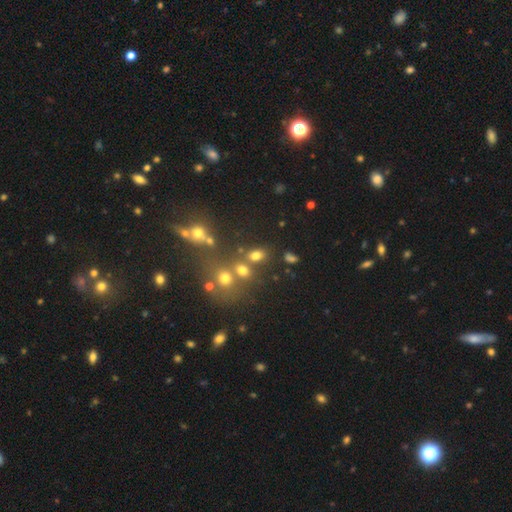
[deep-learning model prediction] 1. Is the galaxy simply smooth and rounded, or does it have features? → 71% smooth, 19% star or artifact, 10% featured or disk.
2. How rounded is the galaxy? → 71% in between, 27% round, 2% cigar-shaped.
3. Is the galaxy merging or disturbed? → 62% none, 20% merger, 12% minor disturbance, 6% major disturbance.